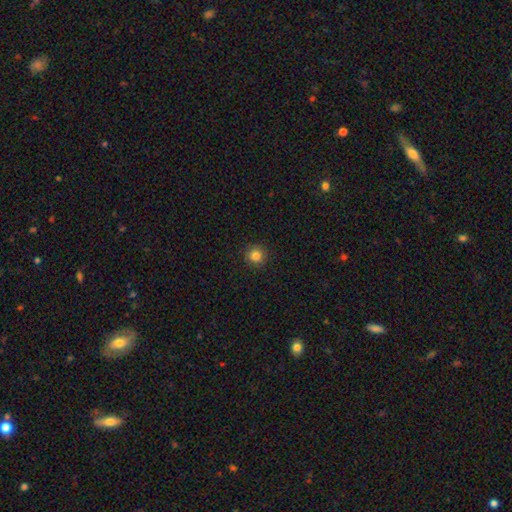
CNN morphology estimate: This appears to be a smooth galaxy with no disk features (83%) that is round (95%). Merging: none (92%).